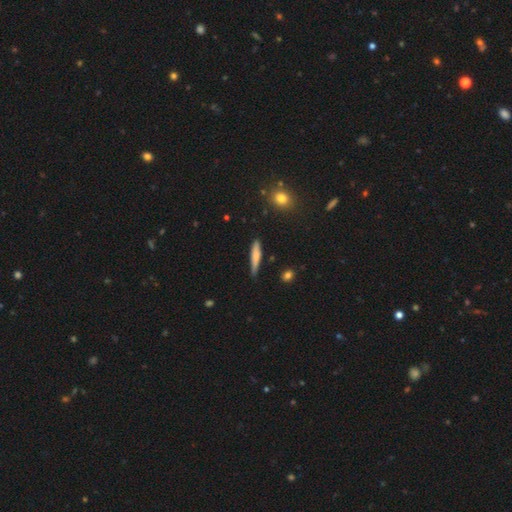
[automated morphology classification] Smooth or featured? smooth (66%)
How rounded? cigar-shaped (90%)
Merging? none (75%)